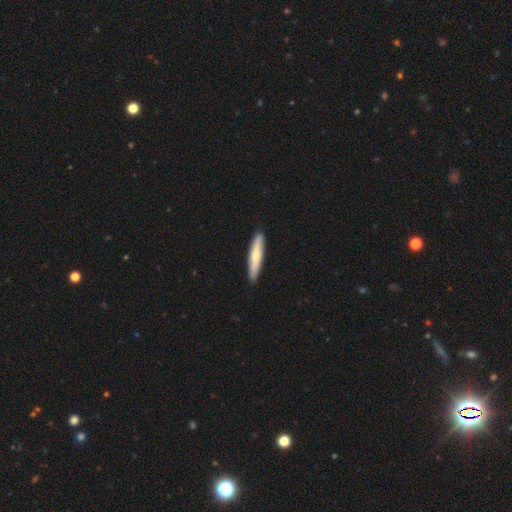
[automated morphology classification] smooth-or-featured: smooth: 65% | featured or disk: 31% | star or artifact: 5%
  how-rounded: cigar-shaped: 89% | in between: 9% | round: 1%
  merging: none: 91% | minor disturbance: 7% | major disturbance: 1% | merger: 1%